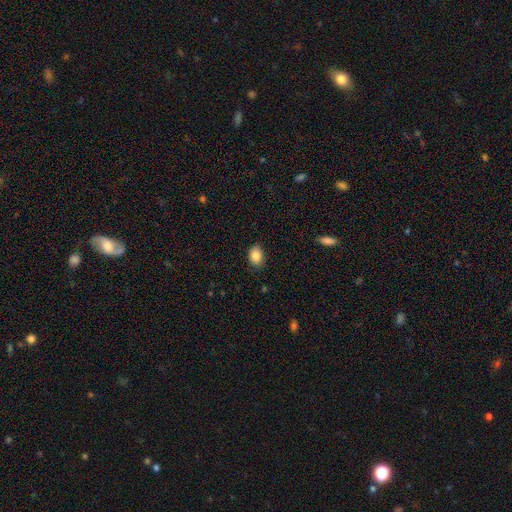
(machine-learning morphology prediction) The model was most divided on "how rounded": in between: 79%, round: 20%, cigar-shaped: 1%. More confident: smooth or featured — smooth (86%); merging — none (84%).